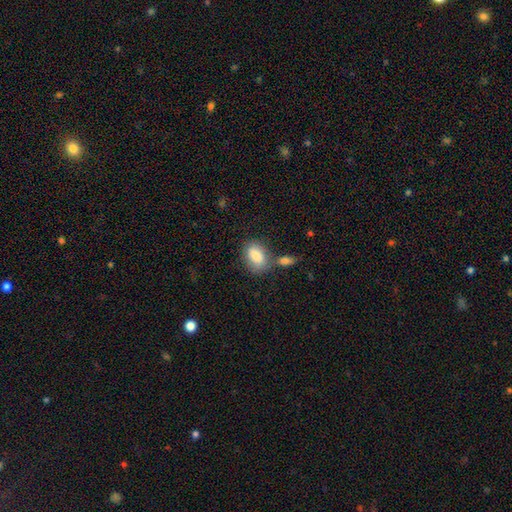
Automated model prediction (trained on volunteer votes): A smooth galaxy with no disk features (84%) that is in between round and cigar-shaped (85%). Merging: none (59%).